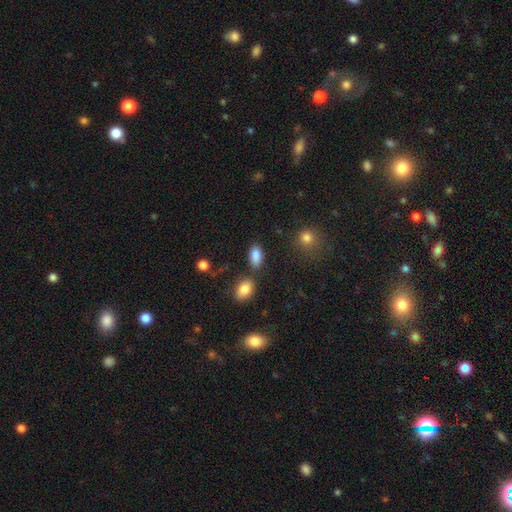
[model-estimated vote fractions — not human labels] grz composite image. It shows a smooth galaxy with no disk features (87%) that is in between round and cigar-shaped (92%). Merging: none (74%).